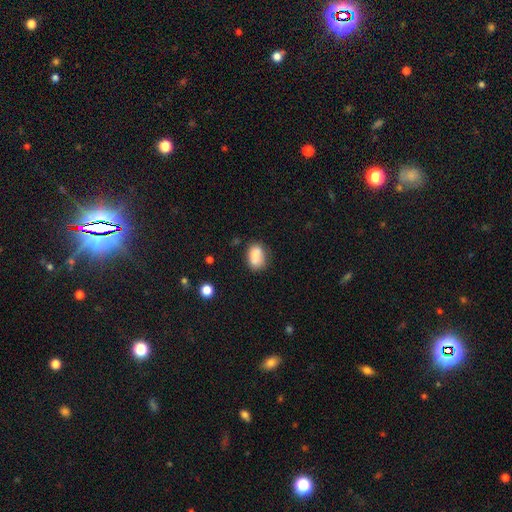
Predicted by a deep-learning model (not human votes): Smooth or featured? smooth (80%)
How rounded? in between (77%)
Merging? none (53%)